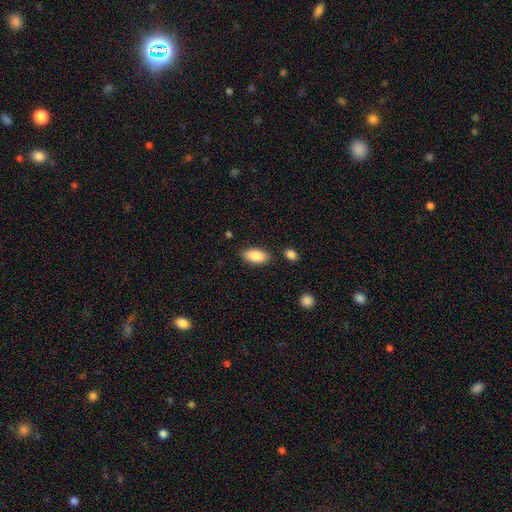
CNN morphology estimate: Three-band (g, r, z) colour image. It shows a smooth galaxy with no disk features (88%) that is in between round and cigar-shaped (92%). Merging: none (84%).